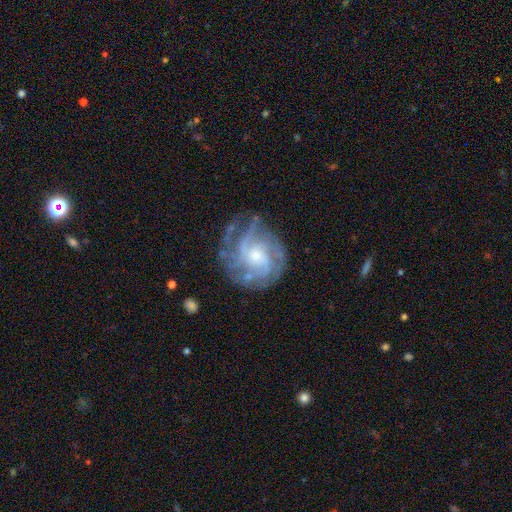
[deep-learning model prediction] smooth_or_featured: featured or disk (p=0.86) [alt: smooth p=0.08]
disk_edge_on: no (p=0.98) [alt: yes p=0.02]
bar: no (p=0.66) [alt: weak p=0.29]
has_spiral_arms: yes (p=0.96) [alt: no p=0.04]
spiral_winding: tight (p=0.58) [alt: medium p=0.34]
spiral_arm_count: 3 (p=0.26) [alt: can't tell p=0.25]
bulge_size: small (p=0.51) [alt: moderate p=0.39]
merging: none (p=0.70) [alt: minor disturbance p=0.19]